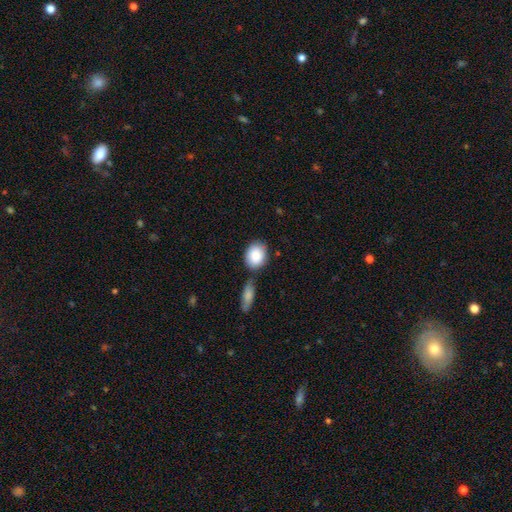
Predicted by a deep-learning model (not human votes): Q: Smooth or featured?
A: smooth (86%); runner-up: featured or disk (8%)
Q: How rounded?
A: in between (58%); runner-up: round (40%)
Q: Merging?
A: none (62%); runner-up: merger (19%)